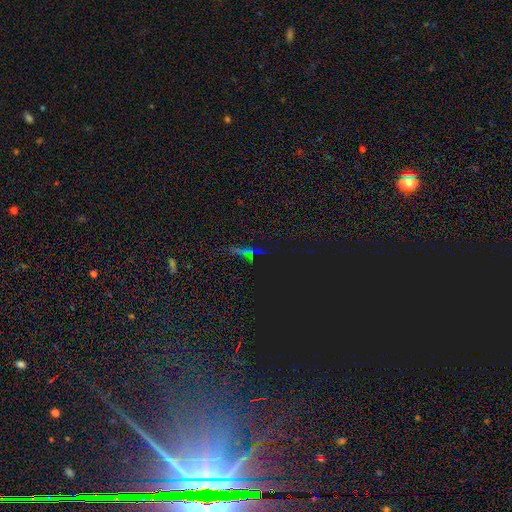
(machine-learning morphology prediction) This is likely a star or artifact rather than a galaxy (74%).